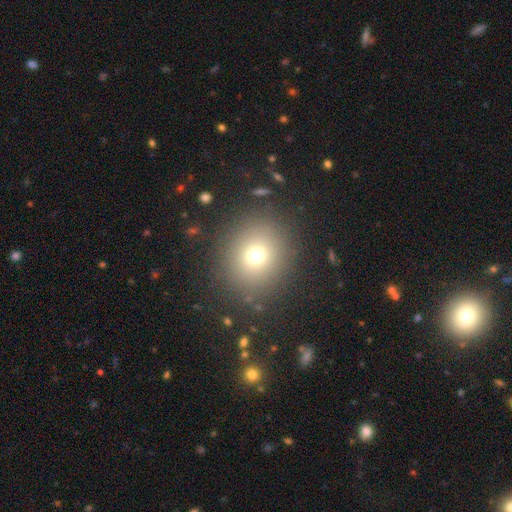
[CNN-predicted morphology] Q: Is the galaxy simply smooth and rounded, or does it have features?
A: smooth — 71%.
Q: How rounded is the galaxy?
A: round — 84%.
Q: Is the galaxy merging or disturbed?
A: none — 87%.